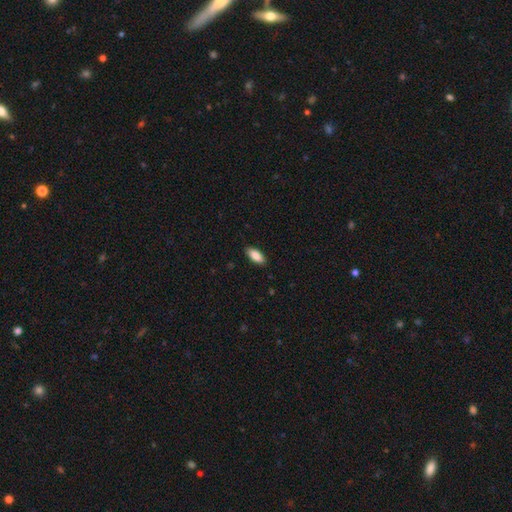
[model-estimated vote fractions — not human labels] Smooth or featured?
  - smooth: 86% *
  - featured or disk: 7%
  - star or artifact: 6%
How rounded?
  - in between: 85% *
  - cigar-shaped: 13%
  - round: 2%
Merging?
  - none: 88% *
  - minor disturbance: 9%
  - major disturbance: 2%
  - merger: 1%